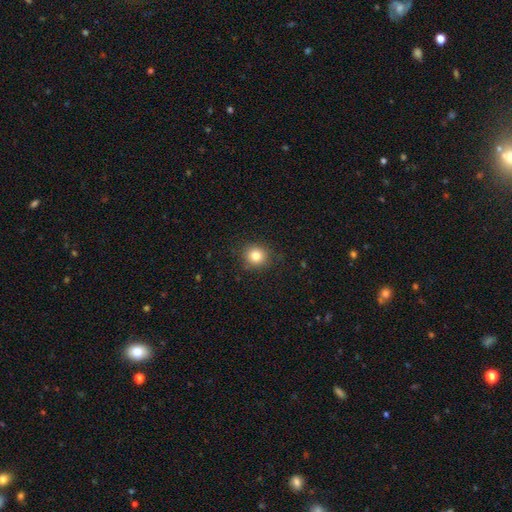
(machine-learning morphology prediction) A smooth galaxy with no disk features (83%) that is round (86%).

Vote fractions:
- Smooth or featured? smooth: 83% / star or artifact: 11% / featured or disk: 6%
- How rounded? round: 86% / in between: 13% / cigar-shaped: 1%
- Merging? none: 87% / minor disturbance: 9% / major disturbance: 3% / merger: 1%